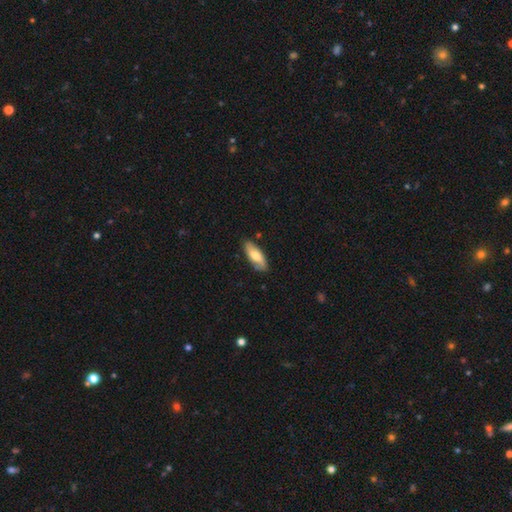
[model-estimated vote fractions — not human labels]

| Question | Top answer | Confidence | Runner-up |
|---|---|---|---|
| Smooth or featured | smooth | 61% | featured or disk (33%) |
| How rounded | in between | 74% | cigar-shaped (23%) |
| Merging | none | 82% | minor disturbance (14%) |